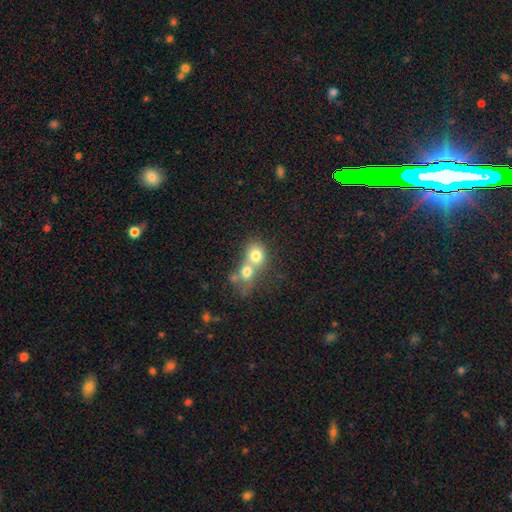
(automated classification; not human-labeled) Smooth or featured: smooth — 73% (featured or disk — 16%)
How rounded: round — 69% (in between — 29%)
Merging: merger — 67% (none — 24%)